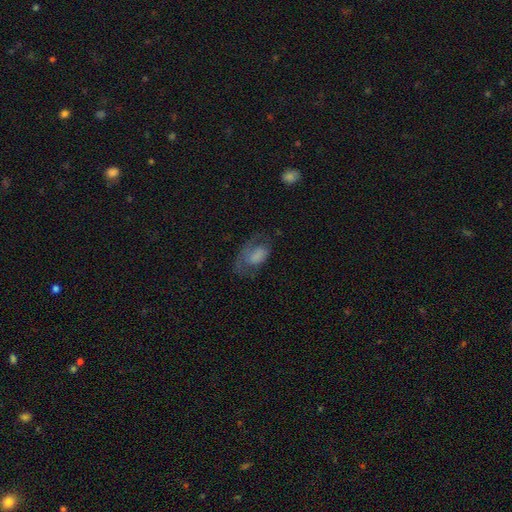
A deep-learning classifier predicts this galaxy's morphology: smooth-or-featured: smooth: 54% | featured or disk: 35% | star or artifact: 10%
  how-rounded: in between: 88% | round: 10% | cigar-shaped: 2%
  merging: none: 39% | major disturbance: 34% | minor disturbance: 25% | merger: 2%